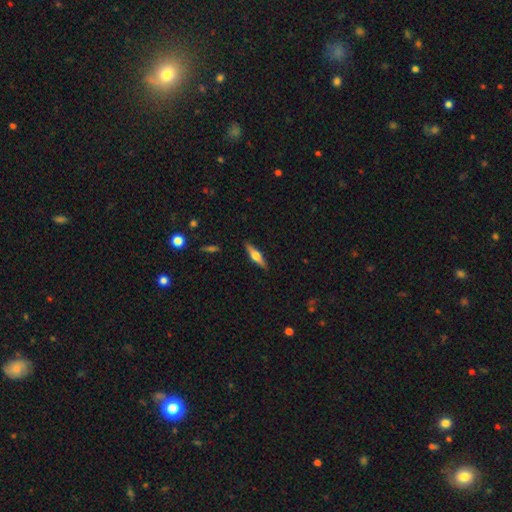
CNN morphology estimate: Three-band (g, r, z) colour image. It shows a featured or disk galaxy (59%) viewed edge-on (96%) with a rounded central bulge (91%). Merging: none (89%).